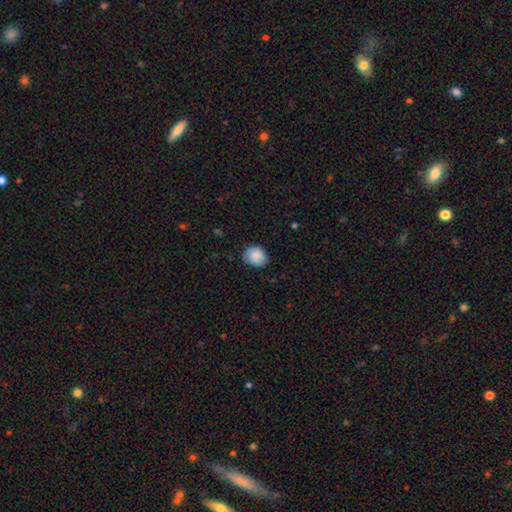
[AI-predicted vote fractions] A smooth galaxy with no disk features (86%) that is round (68%). Merging: none (79%).